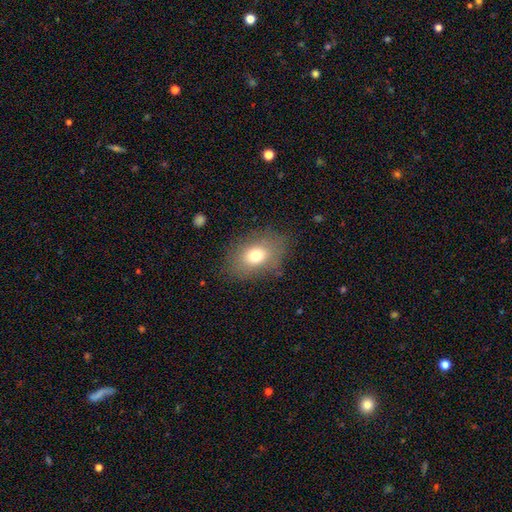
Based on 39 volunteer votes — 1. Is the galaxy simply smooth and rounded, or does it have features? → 79% smooth, 13% star or artifact, 8% featured or disk.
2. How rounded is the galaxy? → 71% in between, 29% round, 0% cigar-shaped.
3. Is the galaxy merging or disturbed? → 82% none, 15% minor disturbance, 3% major disturbance, 0% merger.